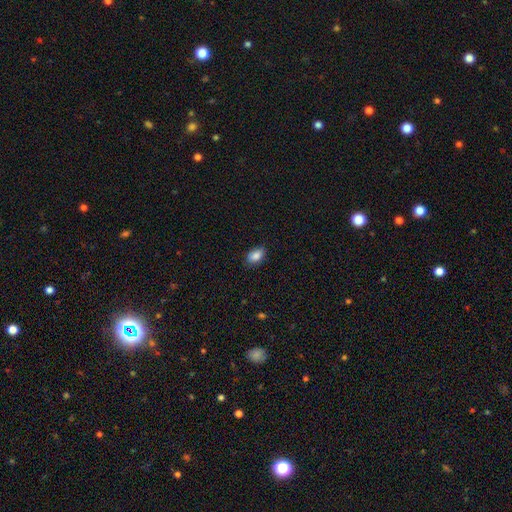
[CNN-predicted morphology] Smooth or featured? smooth (86%)
How rounded? in between (88%)
Merging? none (78%)